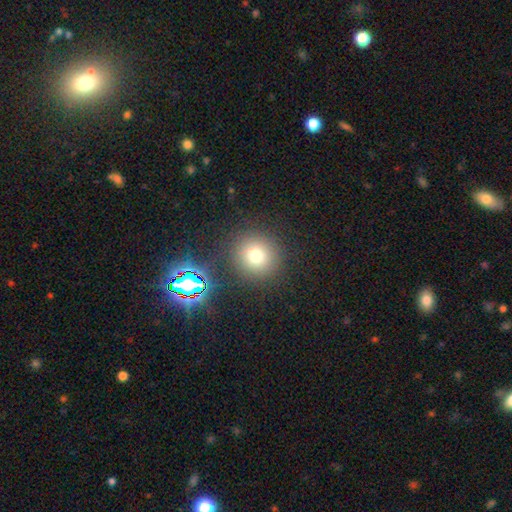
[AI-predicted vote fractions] A smooth galaxy with no disk features (71%) that is round (93%).

Vote fractions:
- Smooth or featured? smooth: 71% / star or artifact: 20% / featured or disk: 9%
- How rounded? round: 93% / in between: 6% / cigar-shaped: 1%
- Merging? none: 86% / minor disturbance: 7% / major disturbance: 3% / merger: 3%